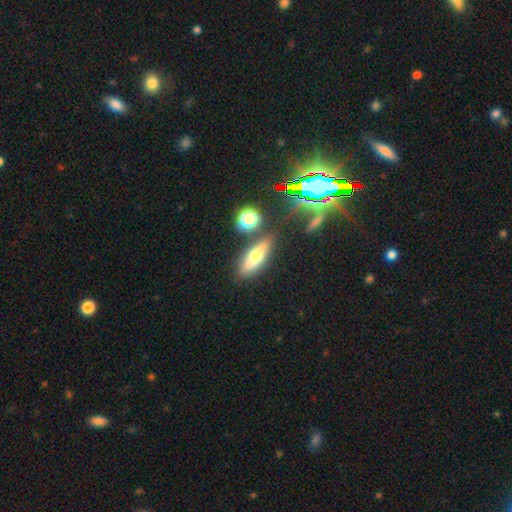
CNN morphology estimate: Smooth or featured? smooth (46%)
Merging? none (80%)